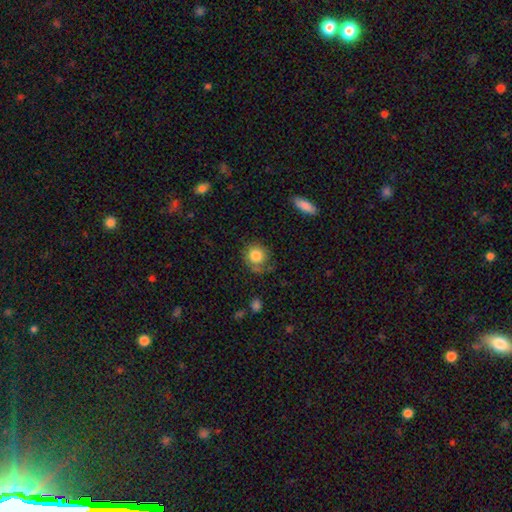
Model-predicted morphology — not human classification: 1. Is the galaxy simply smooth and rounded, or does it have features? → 83% smooth, 9% featured or disk, 9% star or artifact.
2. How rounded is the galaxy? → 86% round, 13% in between, 1% cigar-shaped.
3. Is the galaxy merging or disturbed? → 66% none, 22% minor disturbance, 8% major disturbance, 4% merger.